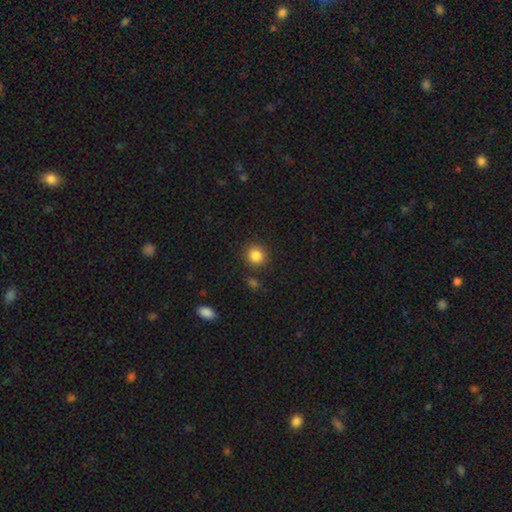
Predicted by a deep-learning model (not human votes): smooth_or_featured: smooth (p=0.86) [alt: star or artifact p=0.10]
how_rounded: round (p=0.90) [alt: in between p=0.09]
merging: none (p=0.87) [alt: minor disturbance p=0.07]